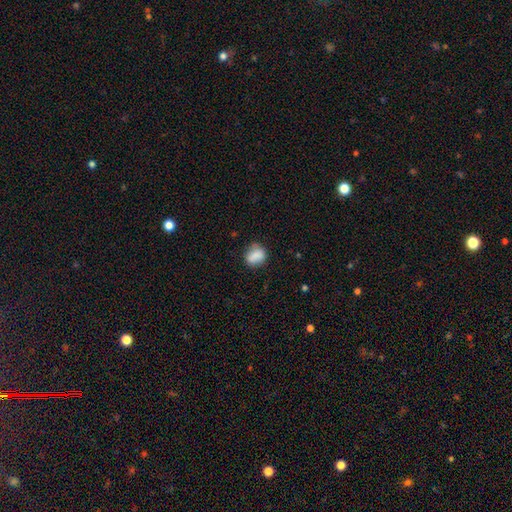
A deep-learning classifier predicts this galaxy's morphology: The model was most divided on "how rounded": round: 54%, in between: 44%, cigar-shaped: 2%. More confident: smooth or featured — smooth (82%); merging — none (68%).